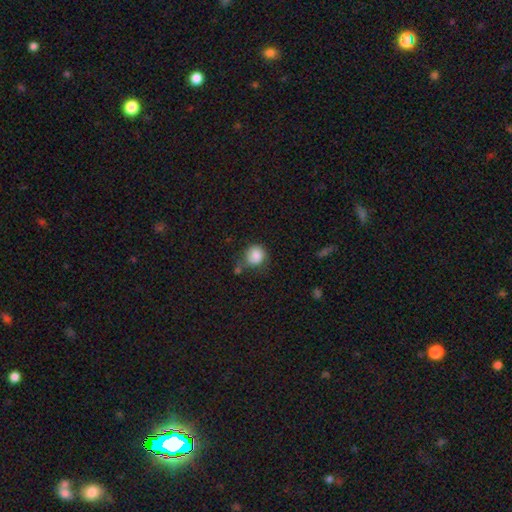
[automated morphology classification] Smooth or featured?
  - smooth: 85% *
  - star or artifact: 8%
  - featured or disk: 7%
How rounded?
  - round: 85% *
  - in between: 14%
  - cigar-shaped: 1%
Merging?
  - none: 56% *
  - minor disturbance: 24%
  - merger: 10%
  - major disturbance: 9%